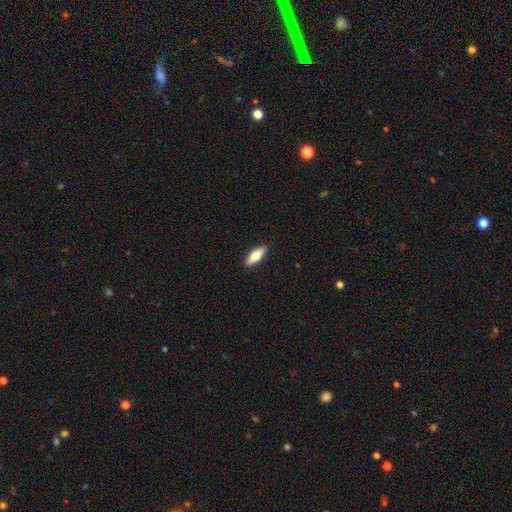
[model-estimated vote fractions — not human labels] Q: Smooth or featured?
A: smooth (60%); runner-up: featured or disk (34%)
Q: How rounded?
A: in between (65%); runner-up: cigar-shaped (32%)
Q: Merging?
A: none (90%); runner-up: minor disturbance (8%)